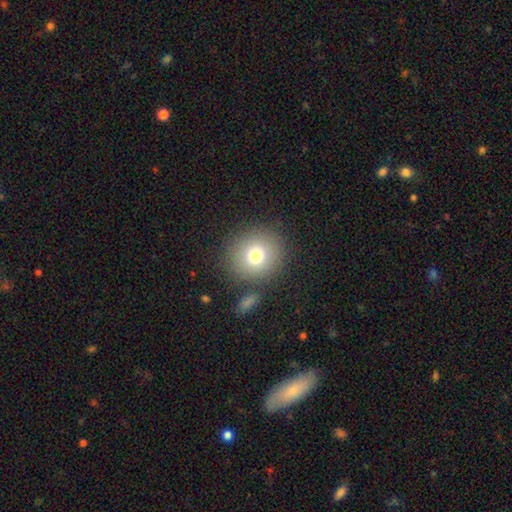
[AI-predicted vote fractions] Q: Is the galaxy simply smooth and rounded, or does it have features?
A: smooth — 77%.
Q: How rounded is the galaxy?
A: round — 89%.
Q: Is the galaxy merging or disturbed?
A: none — 82%.